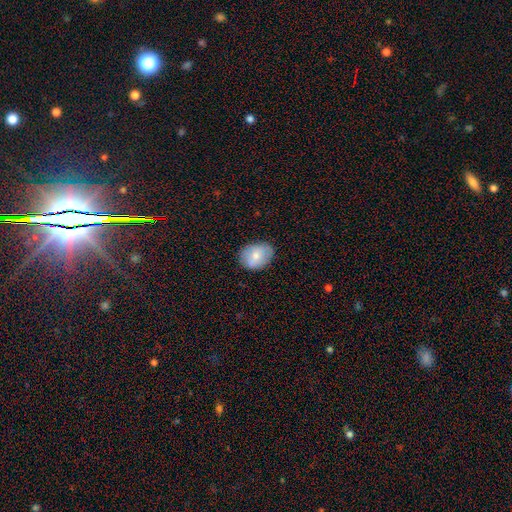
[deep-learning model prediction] A smooth galaxy with no disk features (74%) that is in between round and cigar-shaped (65%). Merging: none (81%).